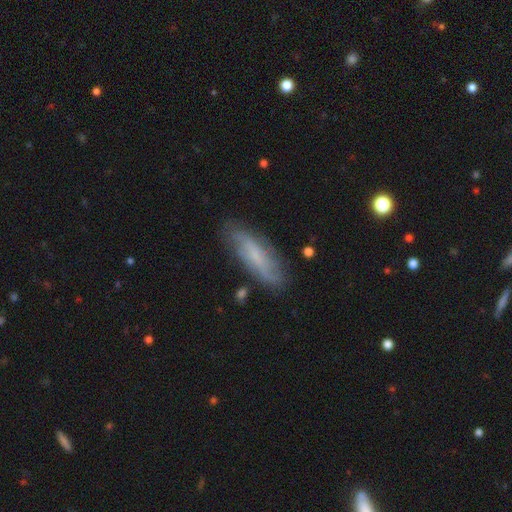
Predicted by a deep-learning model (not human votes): This appears to be a featured or disk galaxy (50%). Merging: none (77%).